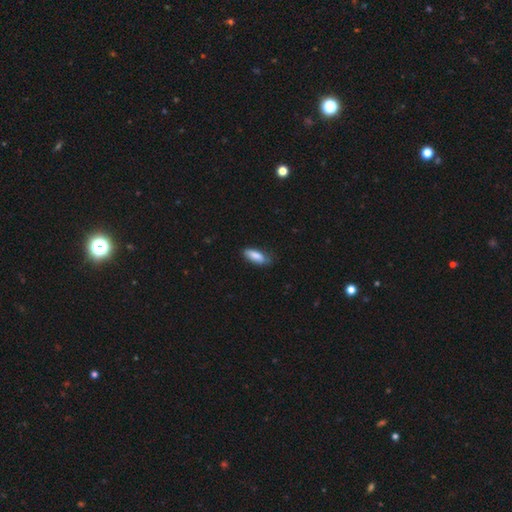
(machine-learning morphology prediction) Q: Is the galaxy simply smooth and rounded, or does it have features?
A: smooth — 84%.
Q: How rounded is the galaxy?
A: in between — 71%.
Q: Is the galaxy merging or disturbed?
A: none — 66%.